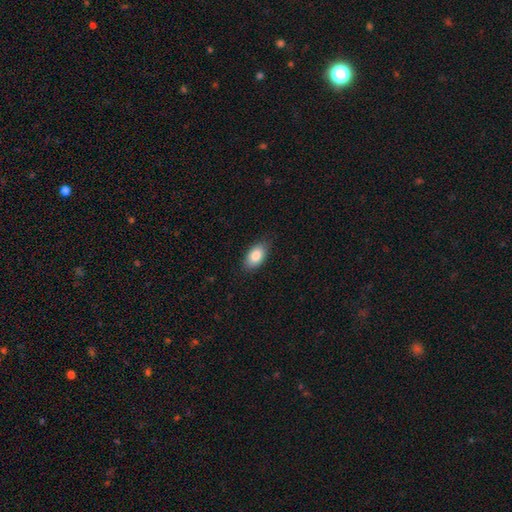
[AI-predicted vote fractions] smooth 84%, featured or disk 9%, star or artifact 7%. Down the decision tree: how rounded — in between (92%); merging — none (82%).